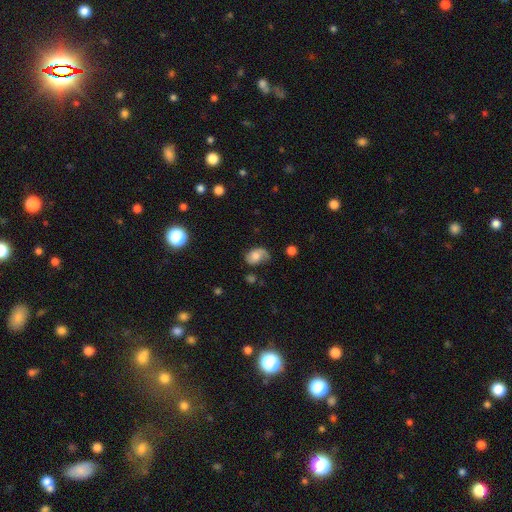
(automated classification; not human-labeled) A smooth galaxy with no disk features (46%).

Vote fractions:
- Smooth or featured? smooth: 46% / featured or disk: 44% / star or artifact: 10%
- Merging? none: 51% / minor disturbance: 31% / major disturbance: 15% / merger: 3%